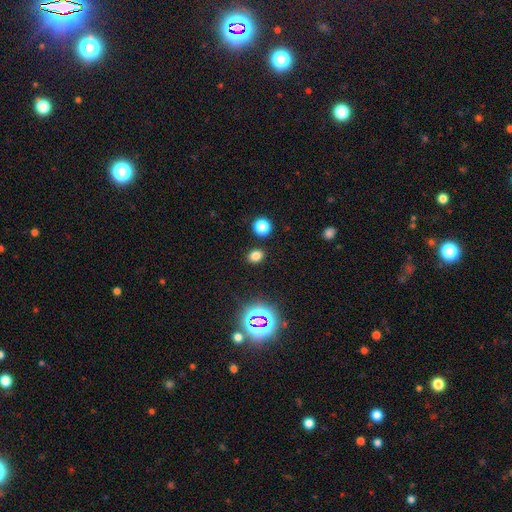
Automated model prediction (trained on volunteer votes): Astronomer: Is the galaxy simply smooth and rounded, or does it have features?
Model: smooth — 73%.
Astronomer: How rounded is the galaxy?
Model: in between — 53% (runner-up: round, 46%).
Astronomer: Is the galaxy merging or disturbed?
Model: none — 86%.